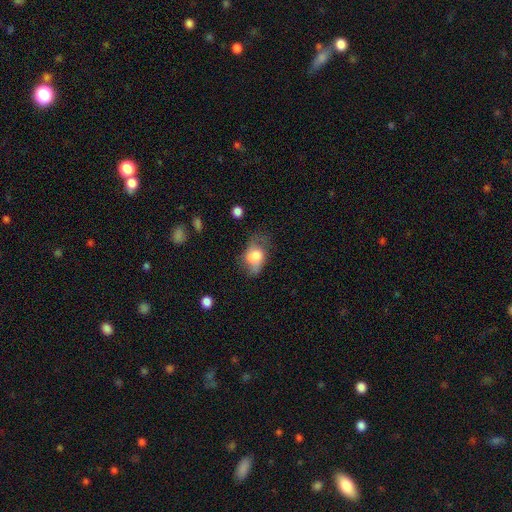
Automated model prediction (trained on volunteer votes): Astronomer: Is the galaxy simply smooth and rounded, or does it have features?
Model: smooth — 70%.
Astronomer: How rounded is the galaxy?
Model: in between — 74%.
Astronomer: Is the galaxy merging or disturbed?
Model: none — 40% (runner-up: minor disturbance, 35%).